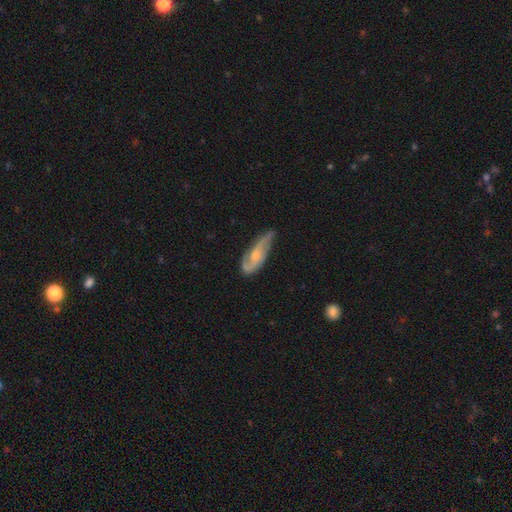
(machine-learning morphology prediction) This appears to be a featured or disk galaxy (69%) with no bar (62%), 2 (76%) medium (42%) spiral arms (89%) and a moderate central bulge (47%). Merging: none (48%).